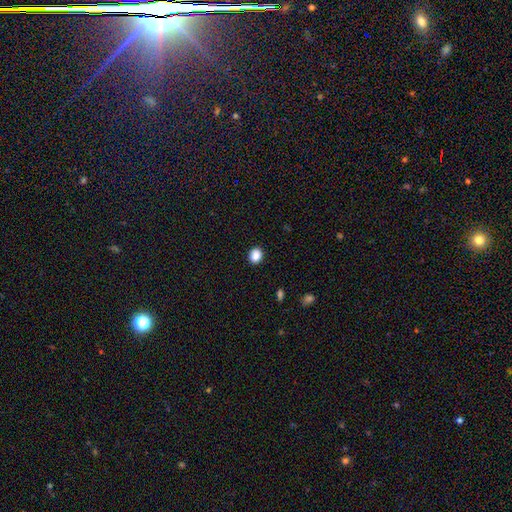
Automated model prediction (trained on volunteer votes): A smooth galaxy with no disk features (87%) that is round (67%).

Vote fractions:
- Smooth or featured? smooth: 87% / star or artifact: 10% / featured or disk: 3%
- How rounded? round: 67% / in between: 32% / cigar-shaped: 1%
- Merging? none: 90% / minor disturbance: 7% / major disturbance: 2% / merger: 1%